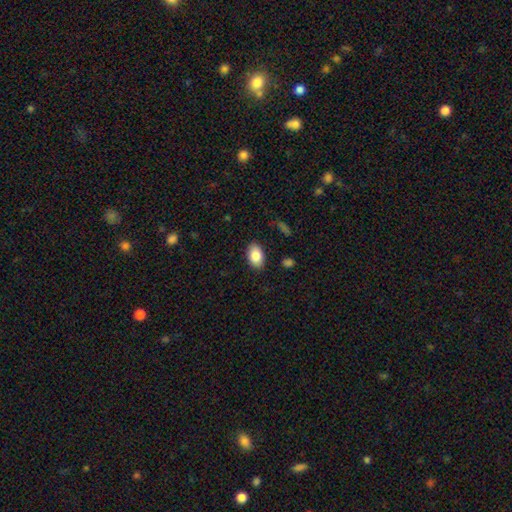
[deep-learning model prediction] Smooth or featured? smooth (85%)
How rounded? in between (91%)
Merging? none (87%)